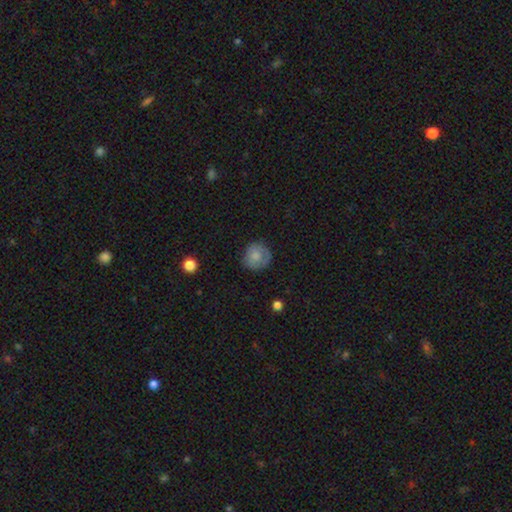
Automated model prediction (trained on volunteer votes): This appears to be a smooth galaxy with no disk features (76%) that is round (87%). Merging: none (72%).